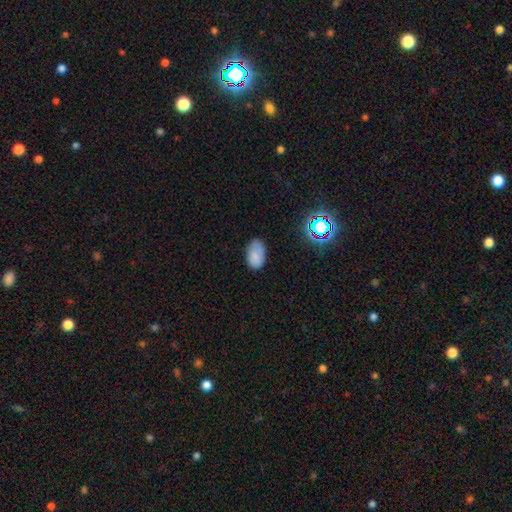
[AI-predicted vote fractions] smooth-or-featured: smooth: 79% | star or artifact: 11% | featured or disk: 9%
  how-rounded: in between: 92% | round: 7% | cigar-shaped: 1%
  merging: none: 72% | minor disturbance: 22% | major disturbance: 5% | merger: 1%